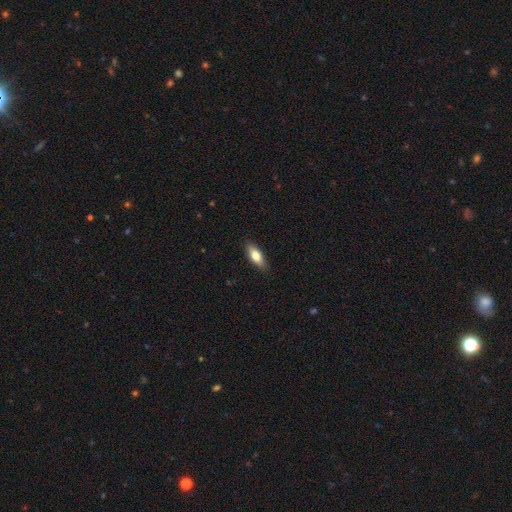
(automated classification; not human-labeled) A smooth galaxy with no disk features (69%) that is in between round and cigar-shaped (68%). Merging: none (86%).